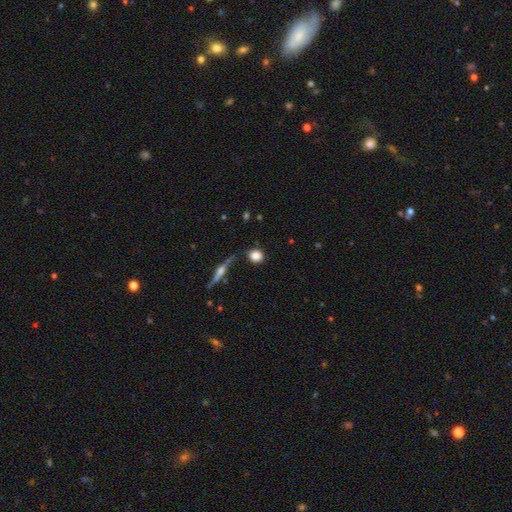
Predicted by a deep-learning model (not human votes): Smooth or featured: smooth — 82% (featured or disk — 9%)
How rounded: round — 81% (in between — 16%)
Merging: none — 77% (minor disturbance — 14%)